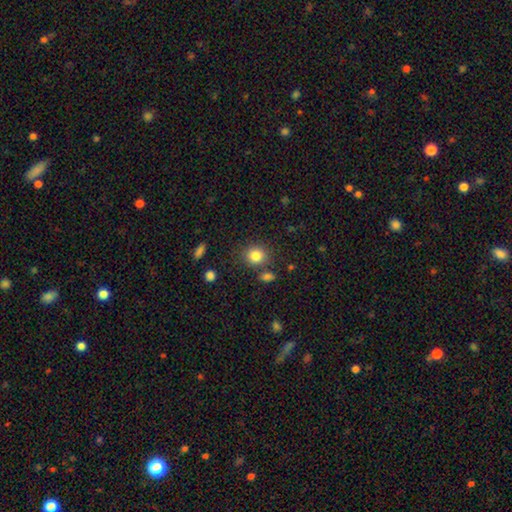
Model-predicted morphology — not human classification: type=smooth (84%); roundness=round (78%); merging=none (80%).